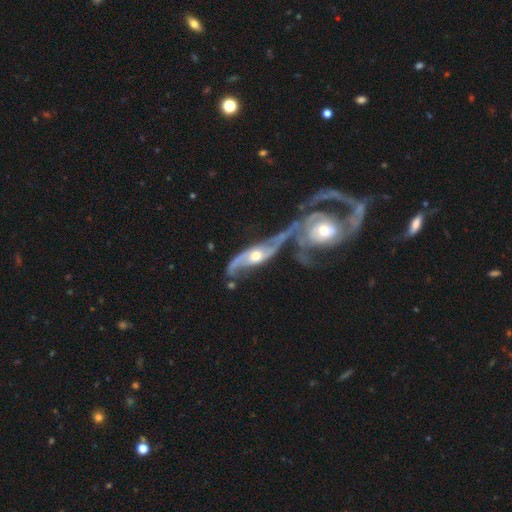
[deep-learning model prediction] Overall: featured or disk (87%). Edge-on disk: no (88%). Bar: no (61%; weak 28%). Spiral arms: yes (93%). Spiral arm count: 2 (87%). Spiral winding: loose (51%; medium 34%). Bulge size: moderate (71%). Merging: merger (52%; none 23%).